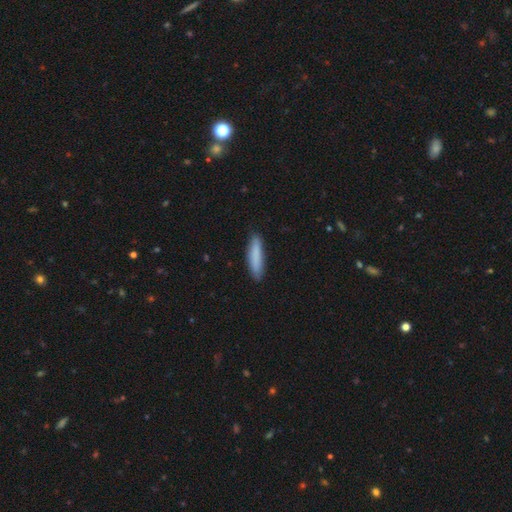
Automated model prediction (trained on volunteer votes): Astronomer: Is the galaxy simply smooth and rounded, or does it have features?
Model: smooth — 84%.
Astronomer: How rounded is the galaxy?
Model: cigar-shaped — 81%.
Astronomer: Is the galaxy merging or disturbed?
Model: none — 87%.